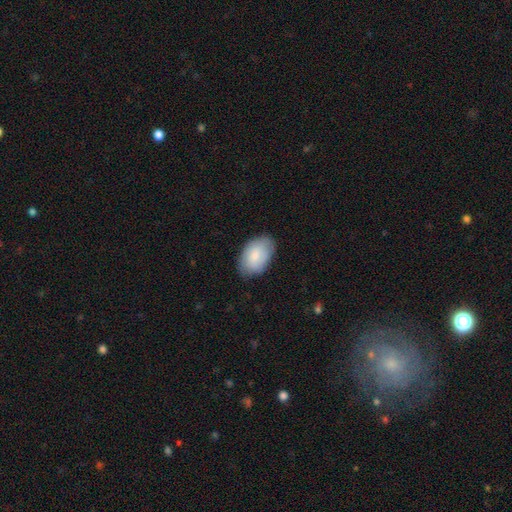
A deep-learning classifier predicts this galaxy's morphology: This is clearly a smooth galaxy (82%). How rounded: clearly in between (92%). Merging: likely none (77%).